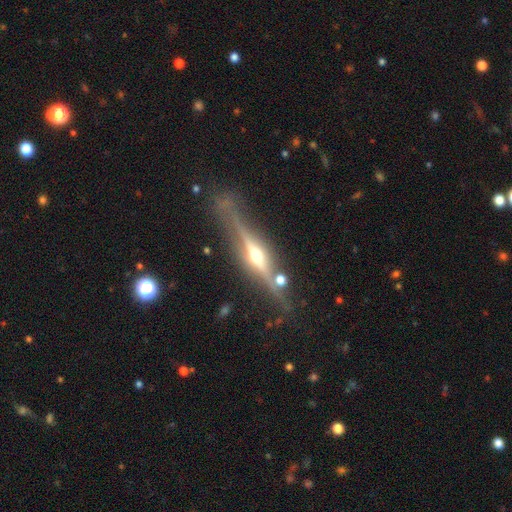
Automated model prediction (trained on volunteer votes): This appears to be a featured or disk galaxy (84%) viewed edge-on (96%) with a rounded central bulge (93%). Merging: none (78%).